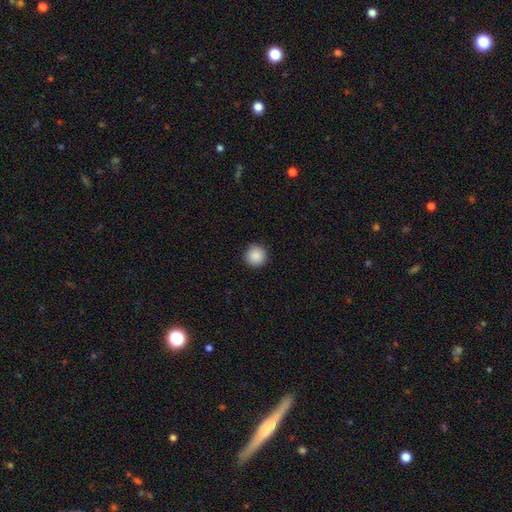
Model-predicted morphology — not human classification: smooth 89%, star or artifact 8%, featured or disk 3%. Down the decision tree: how rounded — round (96%); merging — none (92%).